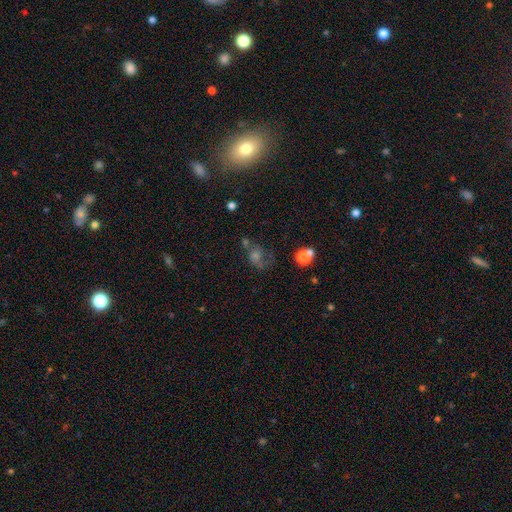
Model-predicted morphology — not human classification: The model was most divided on "smooth or featured": featured or disk: 36%, smooth: 35%, star or artifact: 29%. Remaining: merging — none (48%).